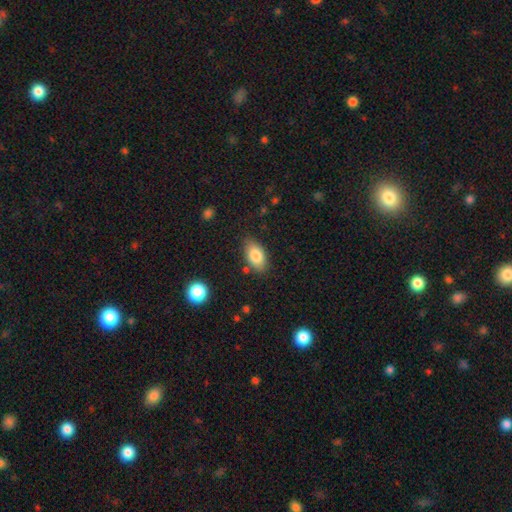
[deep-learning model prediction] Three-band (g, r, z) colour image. It shows a smooth galaxy with no disk features (82%) that is in between round and cigar-shaped (91%). Merging: none (80%).